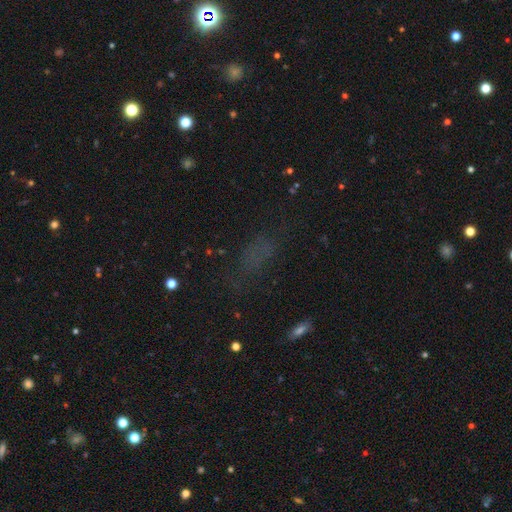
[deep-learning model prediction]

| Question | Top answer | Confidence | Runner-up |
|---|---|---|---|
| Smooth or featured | smooth | 48% | star or artifact (37%) |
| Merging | none | 63% | minor disturbance (19%) |